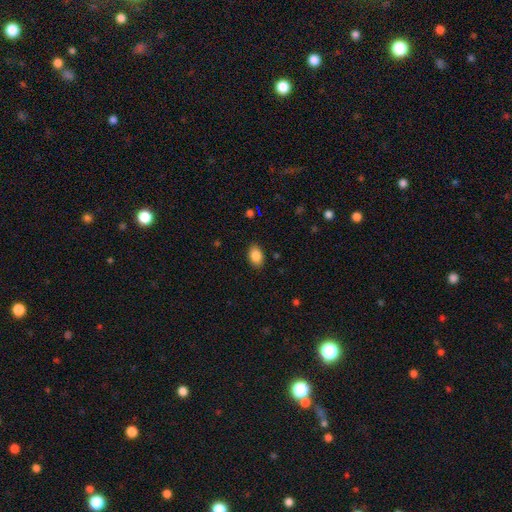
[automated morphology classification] smooth_or_featured: smooth (p=0.86) [alt: star or artifact p=0.08]
how_rounded: in between (p=0.83) [alt: round p=0.16]
merging: none (p=0.87) [alt: minor disturbance p=0.10]